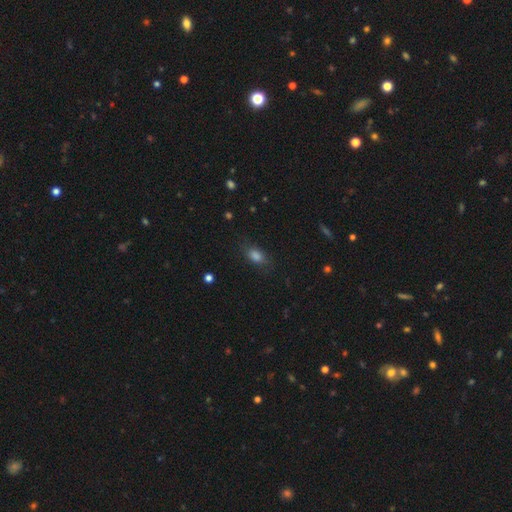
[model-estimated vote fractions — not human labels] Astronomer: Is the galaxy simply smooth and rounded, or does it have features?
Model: smooth — 78%.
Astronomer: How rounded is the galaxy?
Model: in between — 78%.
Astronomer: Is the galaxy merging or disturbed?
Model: none — 76%.